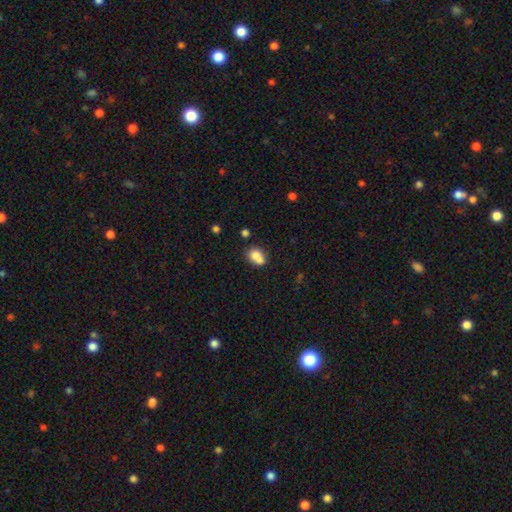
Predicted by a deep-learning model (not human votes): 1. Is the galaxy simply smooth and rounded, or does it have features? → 74% smooth, 16% featured or disk, 10% star or artifact.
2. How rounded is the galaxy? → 49% round (tied), 49% in between (tied), 1% cigar-shaped.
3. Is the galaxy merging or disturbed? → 53% merger, 32% none, 11% minor disturbance, 4% major disturbance.